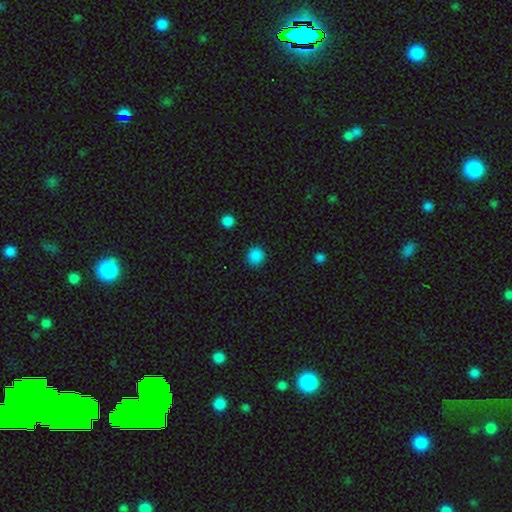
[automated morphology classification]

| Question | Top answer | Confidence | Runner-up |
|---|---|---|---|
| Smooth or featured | smooth | 87% | star or artifact (11%) |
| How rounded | round | 91% | in between (8%) |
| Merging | none | 91% | minor disturbance (6%) |